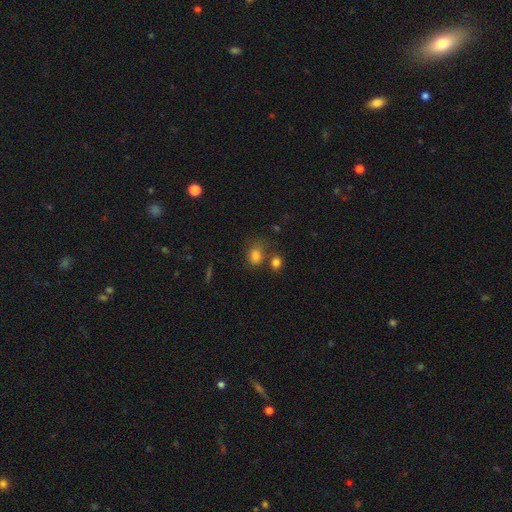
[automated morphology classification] This appears to be a smooth galaxy with no disk features (80%) that is in between round and cigar-shaped (58%). Merging: none (49%).